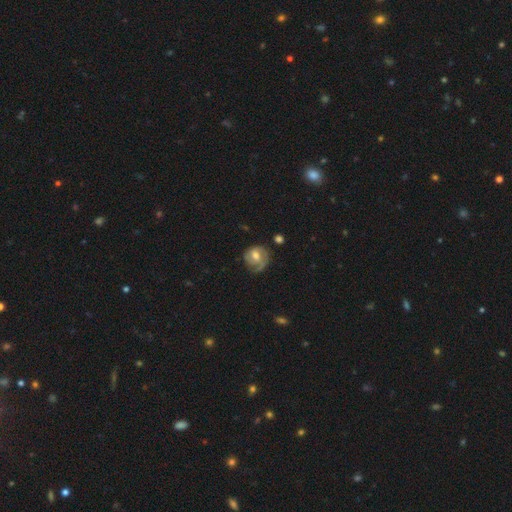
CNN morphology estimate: Smooth or featured?
  - featured or disk: 54% *
  - smooth: 39%
  - star or artifact: 7%
Edge-on disk?
  - no: 97% *
  - yes: 3%
Bar?
  - no: 56% *
  - weak: 37%
  - strong: 7%
Spiral arms?
  - yes: 77% *
  - no: 23%
Bulge size?
  - moderate: 68% *
  - small: 20%
  - large: 9%
  - none: 2%
  - dominant: 1%
Merging?
  - none: 56% *
  - minor disturbance: 27%
  - major disturbance: 14%
  - merger: 3%